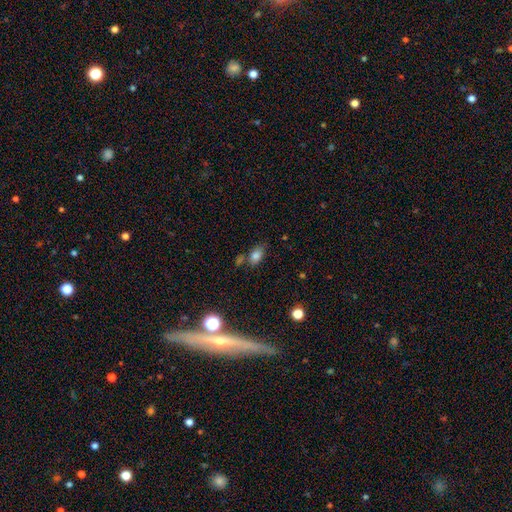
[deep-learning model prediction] Q: Smooth or featured?
A: smooth (79%); runner-up: star or artifact (12%)
Q: How rounded?
A: in between (85%); runner-up: round (11%)
Q: Merging?
A: none (63%); runner-up: minor disturbance (17%)